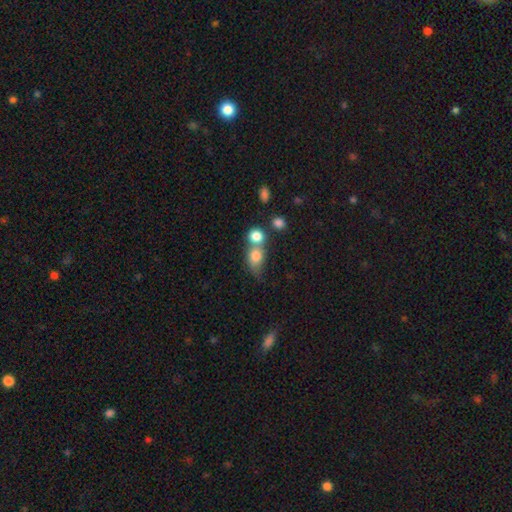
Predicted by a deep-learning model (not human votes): smooth_or_featured: smooth (p=0.79) [alt: featured or disk p=0.11]
how_rounded: round (p=0.49) [alt: in between p=0.48]
merging: merger (p=0.54) [alt: none p=0.30]